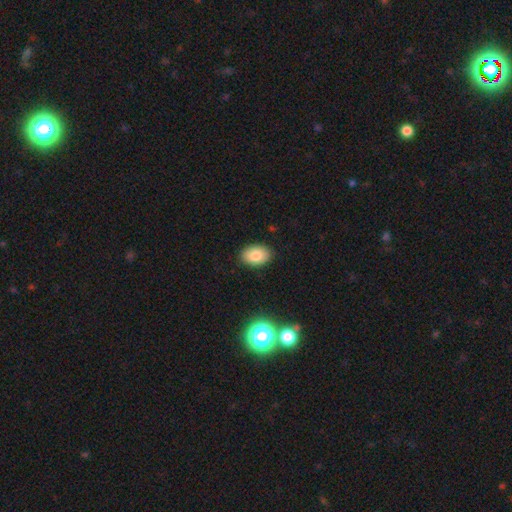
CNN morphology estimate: A smooth galaxy with no disk features (82%) that is in between round and cigar-shaped (84%). Merging: none (87%).